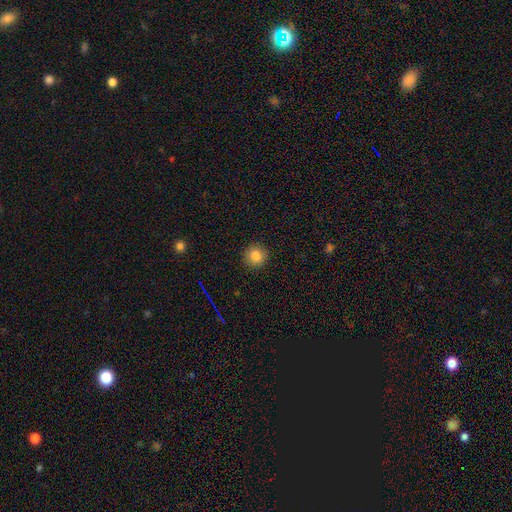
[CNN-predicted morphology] A smooth galaxy with no disk features (83%) that is round (91%).

Vote fractions:
- Smooth or featured? smooth: 83% / star or artifact: 11% / featured or disk: 6%
- How rounded? round: 91% / in between: 8% / cigar-shaped: 1%
- Merging? none: 91% / minor disturbance: 6% / major disturbance: 2% / merger: 1%